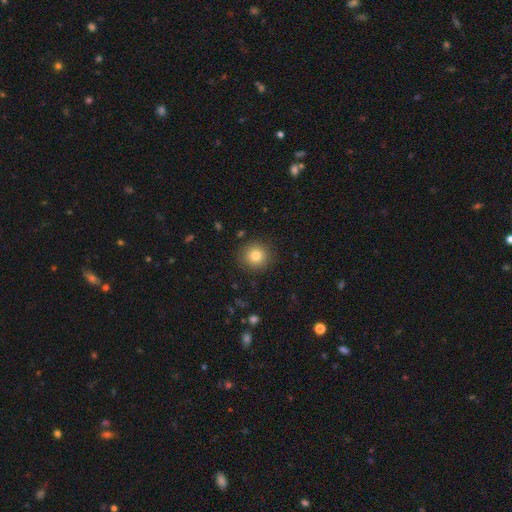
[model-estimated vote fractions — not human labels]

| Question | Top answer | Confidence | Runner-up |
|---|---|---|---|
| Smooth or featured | smooth | 81% | star or artifact (11%) |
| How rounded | round | 93% | in between (6%) |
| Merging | none | 89% | minor disturbance (7%) |